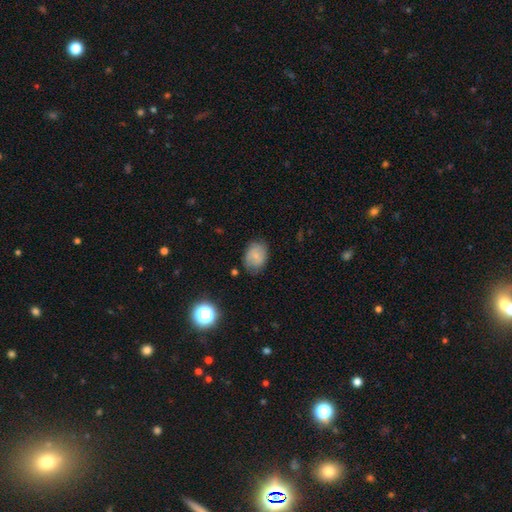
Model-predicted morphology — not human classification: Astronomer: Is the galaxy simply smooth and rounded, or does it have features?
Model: smooth — 72%.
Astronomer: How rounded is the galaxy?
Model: in between — 66%.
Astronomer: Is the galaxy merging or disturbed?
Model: none — 73%.